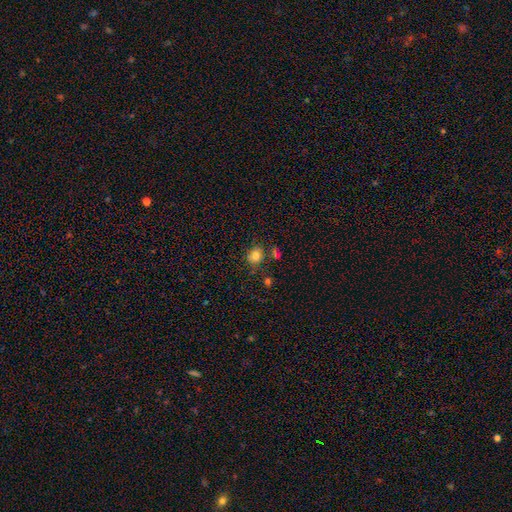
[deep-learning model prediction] Smooth or featured?
  - smooth: 79% *
  - star or artifact: 13%
  - featured or disk: 8%
How rounded?
  - round: 74% *
  - in between: 25%
  - cigar-shaped: 1%
Merging?
  - none: 73% *
  - minor disturbance: 15%
  - merger: 8%
  - major disturbance: 4%